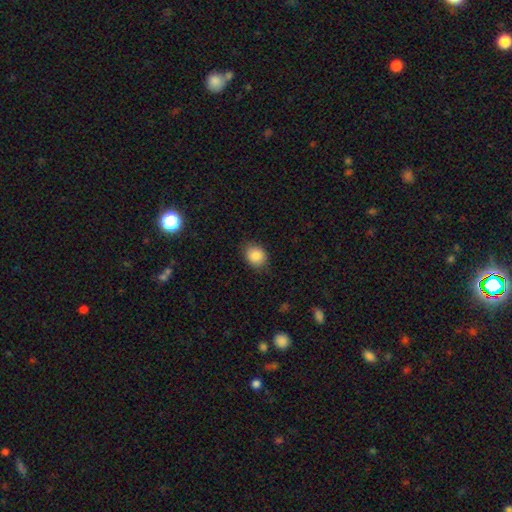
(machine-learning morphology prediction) A smooth galaxy with no disk features (87%) that is round (58%). Merging: none (82%).